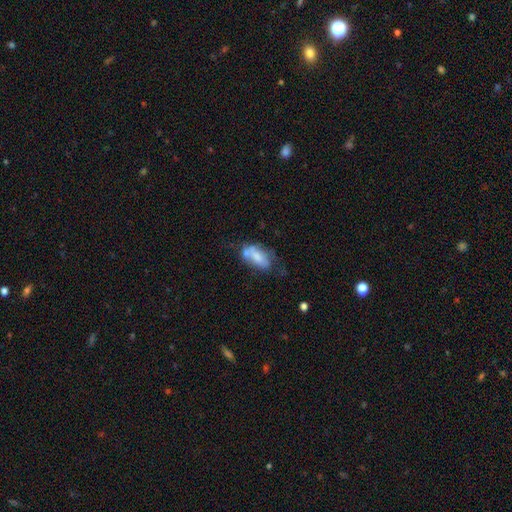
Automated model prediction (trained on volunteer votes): Smooth or featured? smooth (57%)
How rounded? in between (87%)
Merging? none (34%)